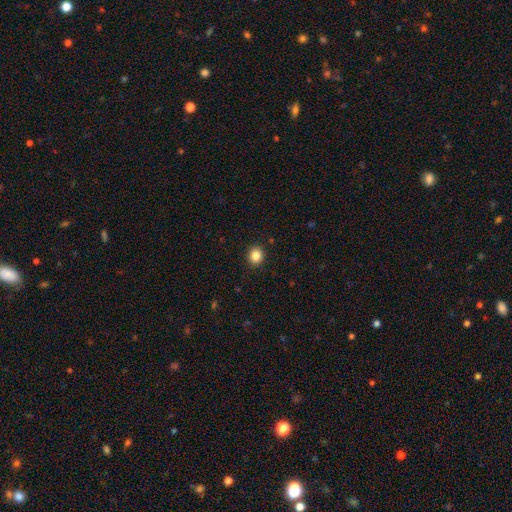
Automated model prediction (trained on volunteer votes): smooth 84%, star or artifact 11%, featured or disk 5%. Down the decision tree: how rounded — round (81%); merging — none (92%).